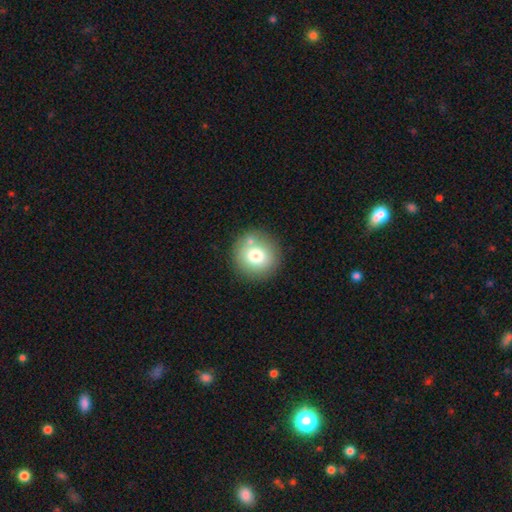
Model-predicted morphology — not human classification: smooth_or_featured: smooth (p=0.75) [alt: featured or disk p=0.14]
how_rounded: round (p=0.93) [alt: in between p=0.06]
merging: none (p=0.79) [alt: minor disturbance p=0.10]